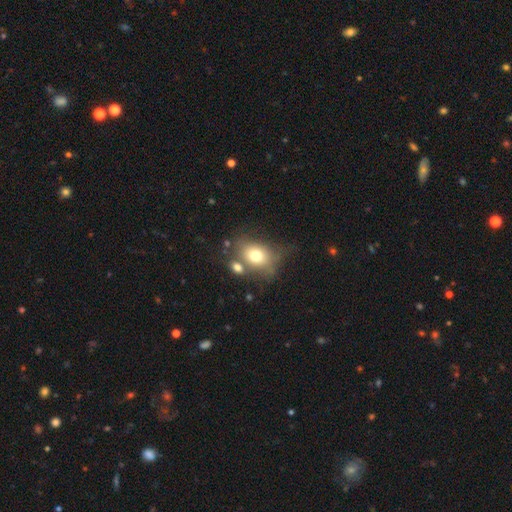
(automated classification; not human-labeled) The model was most divided on "merging": none: 46%, merger: 23%, minor disturbance: 20%, major disturbance: 11%. More confident: smooth or featured — smooth (72%); how rounded — in between (63%).